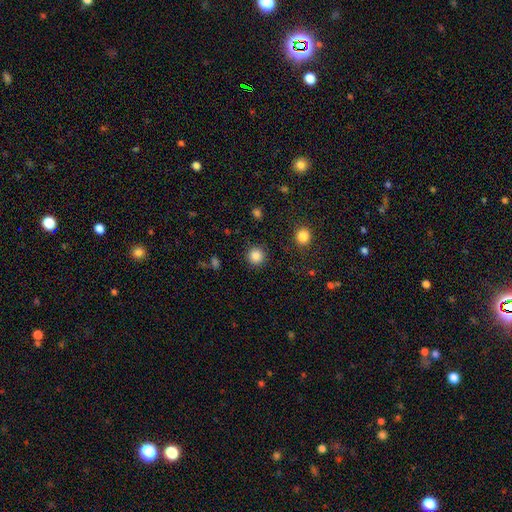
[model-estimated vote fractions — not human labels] A smooth galaxy with no disk features (85%) that is round (94%). Merging: none (90%).